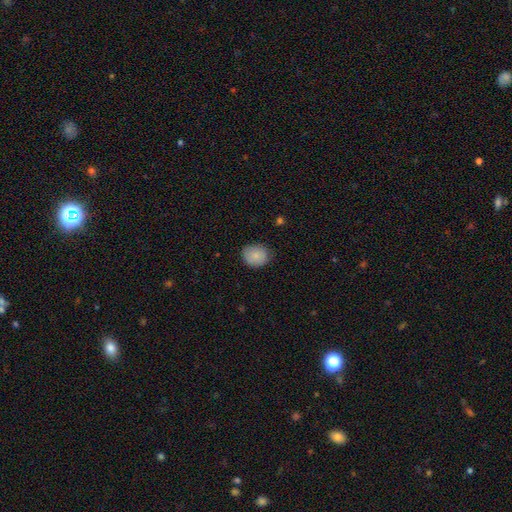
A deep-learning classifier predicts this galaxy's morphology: Smooth or featured: smooth — 85% (star or artifact — 8%)
How rounded: round — 58% (in between — 41%)
Merging: none — 76% (minor disturbance — 20%)